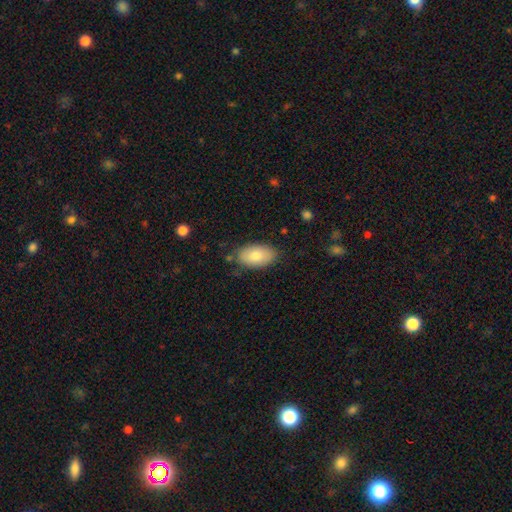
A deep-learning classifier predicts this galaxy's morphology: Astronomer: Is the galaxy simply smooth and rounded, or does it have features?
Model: smooth — 79%.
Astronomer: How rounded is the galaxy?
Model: in between — 94%.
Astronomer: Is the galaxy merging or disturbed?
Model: none — 81%.